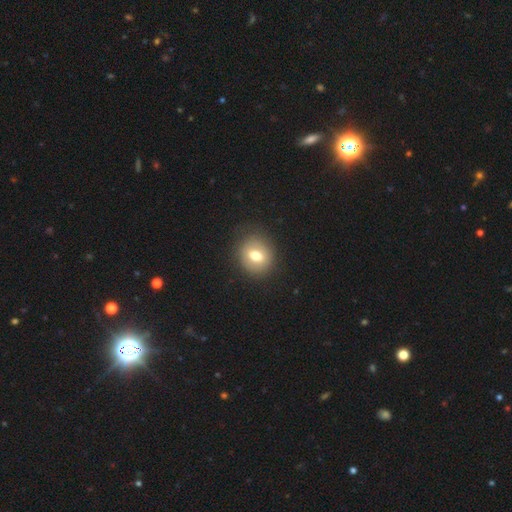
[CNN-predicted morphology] Smooth or featured?
  - smooth: 67% *
  - featured or disk: 23%
  - star or artifact: 9%
How rounded?
  - round: 69% *
  - in between: 30%
  - cigar-shaped: 1%
Merging?
  - none: 84% *
  - minor disturbance: 10%
  - major disturbance: 4%
  - merger: 1%